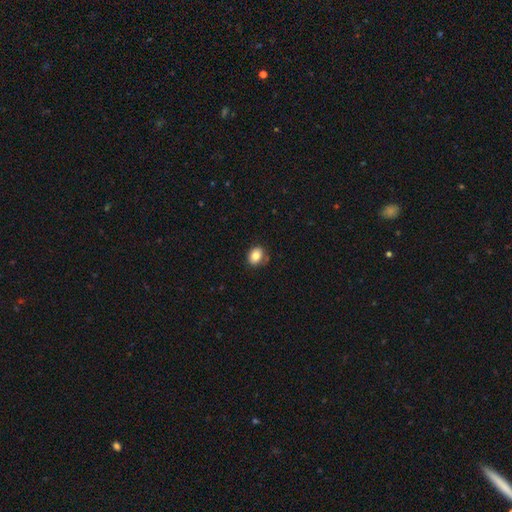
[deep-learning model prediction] A smooth galaxy with no disk features (82%) that is in between round and cigar-shaped (61%).

Vote fractions:
- Smooth or featured? smooth: 82% / star or artifact: 9% / featured or disk: 9%
- How rounded? in between: 61% / round: 38% / cigar-shaped: 1%
- Merging? none: 80% / minor disturbance: 15% / major disturbance: 3% / merger: 2%